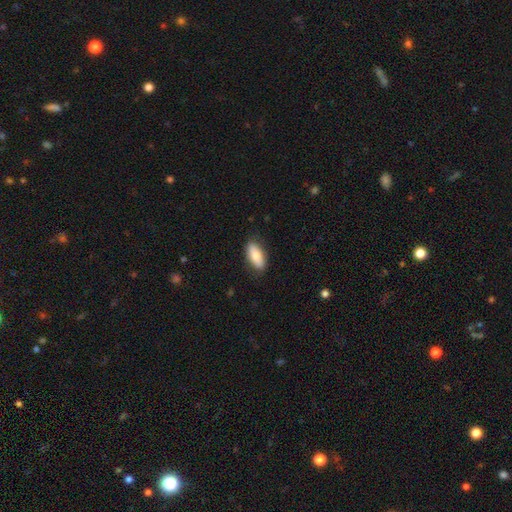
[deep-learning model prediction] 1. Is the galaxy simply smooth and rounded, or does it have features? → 78% smooth, 16% featured or disk, 6% star or artifact.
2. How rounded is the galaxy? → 84% in between, 13% cigar-shaped, 3% round.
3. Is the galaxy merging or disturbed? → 83% none, 13% minor disturbance, 3% major disturbance, 1% merger.